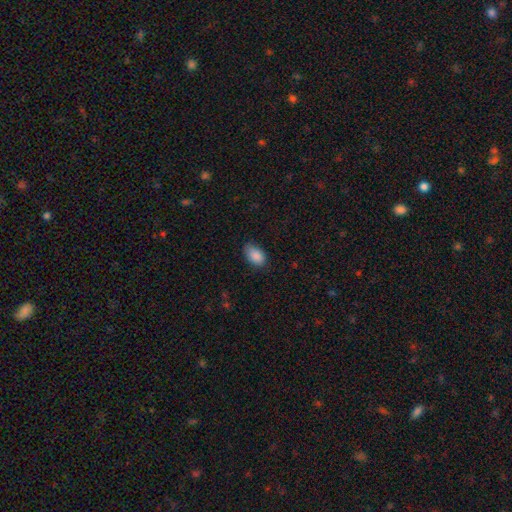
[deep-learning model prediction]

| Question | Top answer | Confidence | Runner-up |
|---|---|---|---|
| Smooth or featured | smooth | 89% | star or artifact (7%) |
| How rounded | in between | 93% | round (6%) |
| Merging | none | 78% | minor disturbance (18%) |